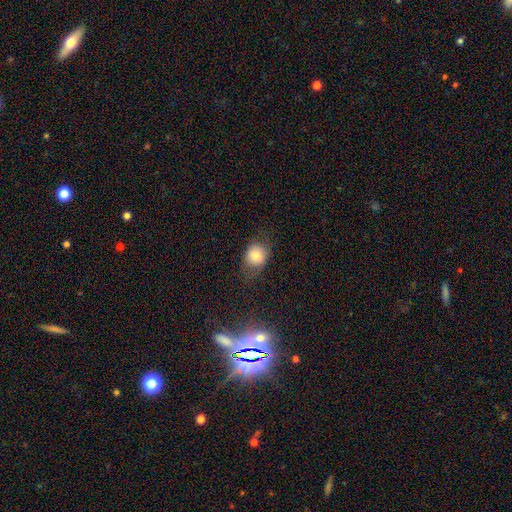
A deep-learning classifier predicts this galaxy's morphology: Smooth or featured?
  - smooth: 75% *
  - featured or disk: 13%
  - star or artifact: 12%
How rounded?
  - round: 70% *
  - in between: 28%
  - cigar-shaped: 1%
Merging?
  - none: 66% *
  - minor disturbance: 21%
  - major disturbance: 11%
  - merger: 2%